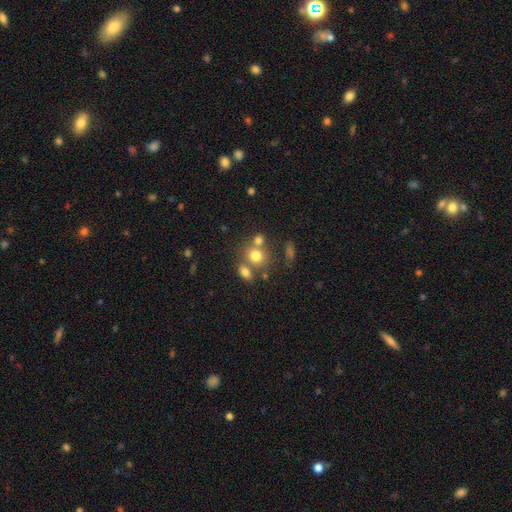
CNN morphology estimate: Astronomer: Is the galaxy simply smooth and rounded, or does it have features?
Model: smooth — 74%.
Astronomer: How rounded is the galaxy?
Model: round — 71%.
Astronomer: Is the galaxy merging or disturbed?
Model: none — 52% (runner-up: merger, 32%).